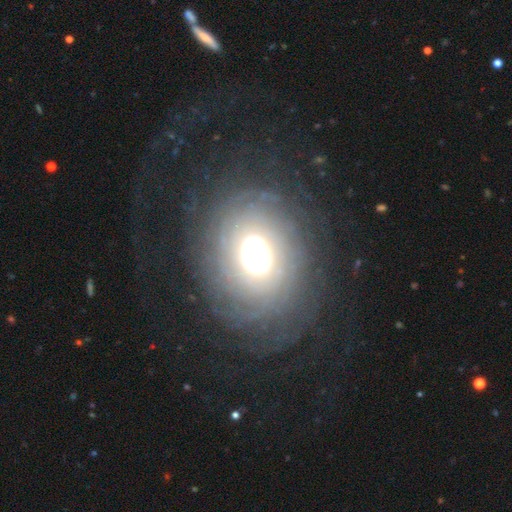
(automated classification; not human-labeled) The model was most divided on "bulge size": moderate: 56%, small: 22%, large: 18%, dominant: 3%, none: 1%. More confident: edge-on disk — no (96%); bar — no (85%); merging — none (77%); spiral arms — yes (71%); smooth or featured — featured or disk (71%).